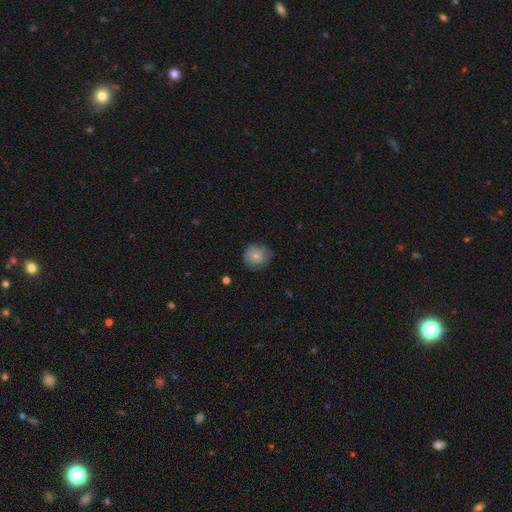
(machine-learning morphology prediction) smooth 82%, featured or disk 10%, star or artifact 8%. Down the decision tree: how rounded — round (86%); merging — none (76%).